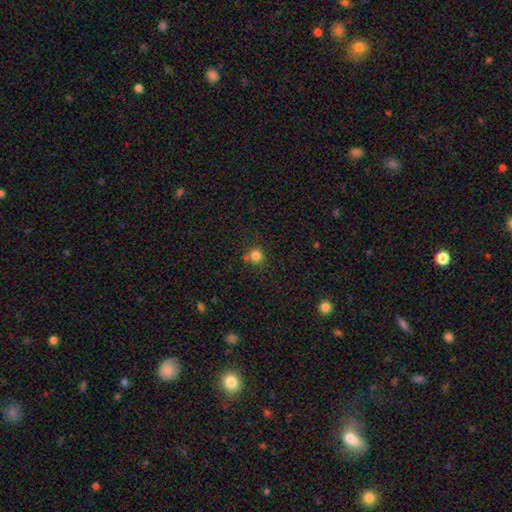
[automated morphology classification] type=smooth (81%); roundness=round (91%); merging=none (72%).